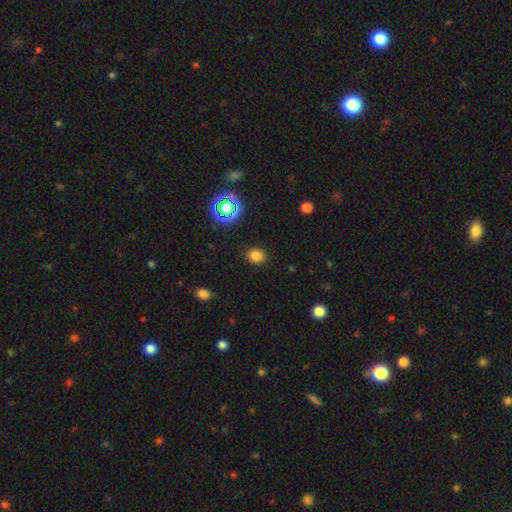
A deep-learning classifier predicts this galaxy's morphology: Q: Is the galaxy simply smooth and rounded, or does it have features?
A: smooth — 79%.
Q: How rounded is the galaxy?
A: round — 71%.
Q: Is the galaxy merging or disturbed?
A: none — 89%.